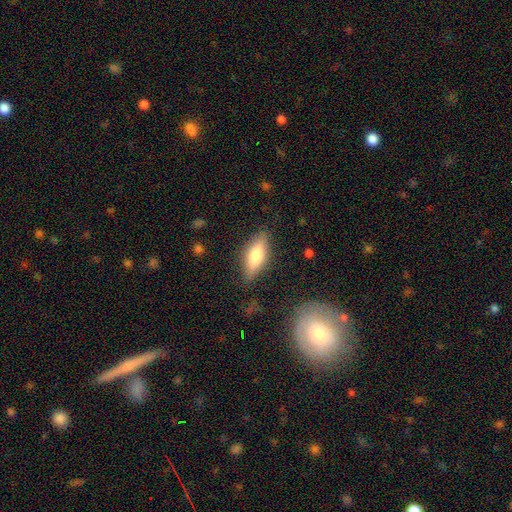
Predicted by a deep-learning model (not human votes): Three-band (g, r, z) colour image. It shows a smooth galaxy with no disk features (62%) that is in between round and cigar-shaped (57%). Merging: none (82%).